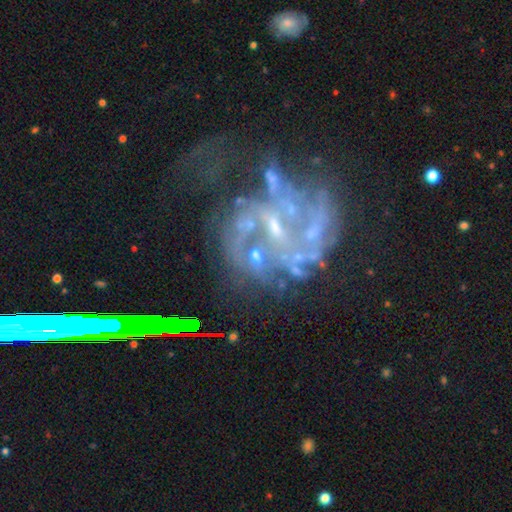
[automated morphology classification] Smooth or featured: featured or disk — 58% (star or artifact — 22%)
Edge-on disk: no — 97% (yes — 3%)
Bar: no — 59% (weak — 24%)
Spiral arms: no — 53% (yes — 47%)
Bulge size: none — 34% (moderate — 30%)
Merging: merger — 33% (none — 32%)